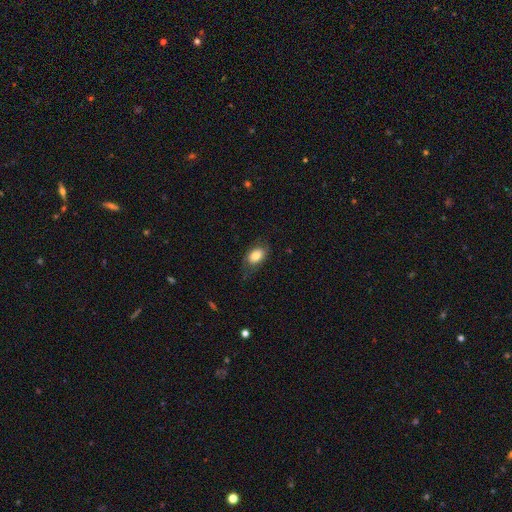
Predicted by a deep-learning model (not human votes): Smooth or featured? smooth (77%)
How rounded? in between (84%)
Merging? none (67%)